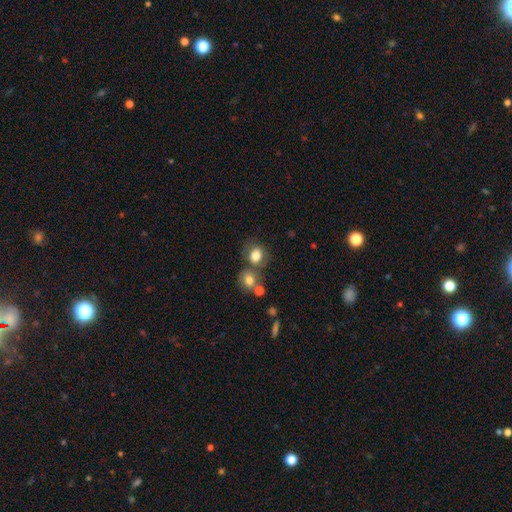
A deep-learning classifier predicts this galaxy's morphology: Smooth or featured: smooth — 80% (star or artifact — 11%)
How rounded: round — 58% (in between — 41%)
Merging: none — 54% (merger — 27%)